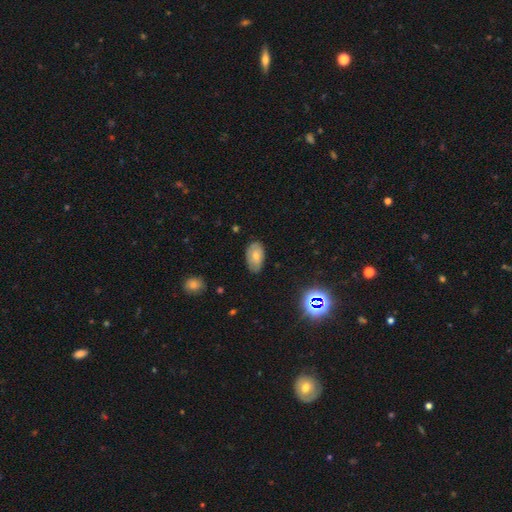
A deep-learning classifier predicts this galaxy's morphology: Overall: smooth (66%). How rounded: in between (92%). Merging: none (74%).